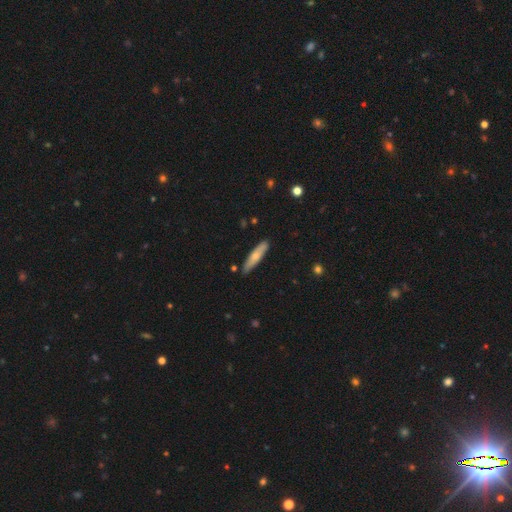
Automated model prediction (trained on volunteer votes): This appears to be a smooth galaxy with no disk features (68%) that is cigar-shaped (83%). Merging: none (85%).